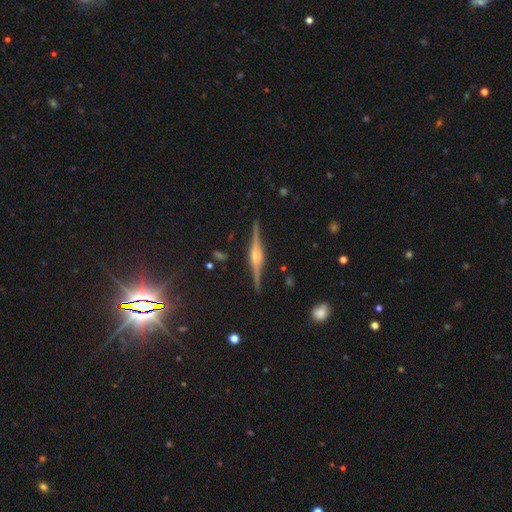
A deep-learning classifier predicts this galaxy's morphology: type=featured or disk (85%); edge-on=yes (98%); edge-on bulge=rounded (73%); merging=none (90%).